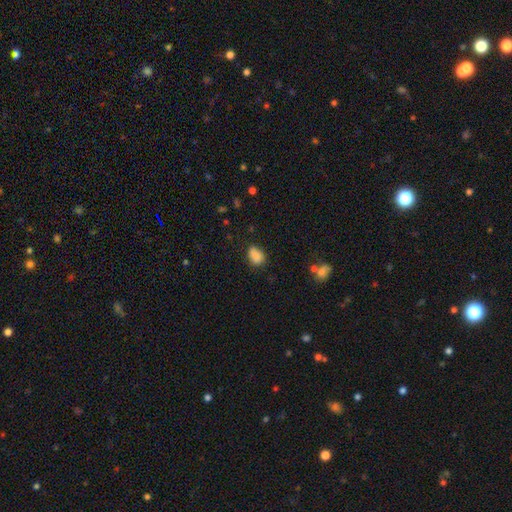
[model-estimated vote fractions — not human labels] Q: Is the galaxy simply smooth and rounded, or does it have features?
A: smooth — 85%.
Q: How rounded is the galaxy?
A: in between — 80%.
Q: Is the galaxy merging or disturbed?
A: none — 66%.